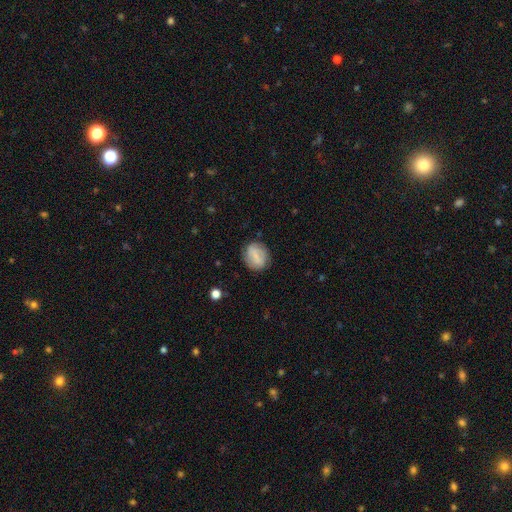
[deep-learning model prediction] Smooth or featured? Predicted: smooth (p=0.60). How rounded? Predicted: round (p=0.51). Merging? Predicted: none (p=0.77).